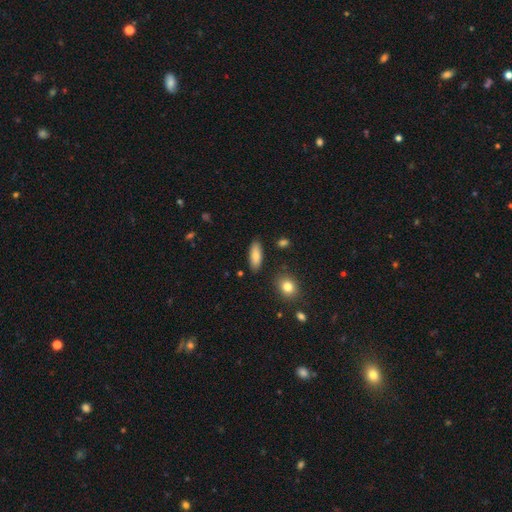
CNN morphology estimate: smooth 82%, featured or disk 11%, star or artifact 7%. Down the decision tree: how rounded — in between (75%); merging — none (86%).